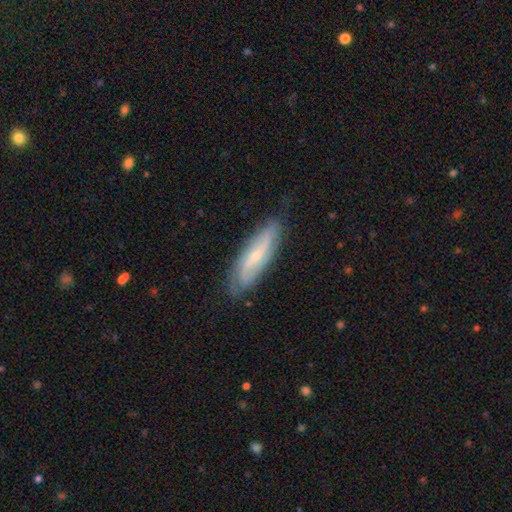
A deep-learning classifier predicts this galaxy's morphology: featured or disk 72%, smooth 21%, star or artifact 6%. Down the decision tree: edge-on disk — no (77%); bar — weak (41%); spiral arms — yes (90%); bulge size — small (67%); merging — none (80%).